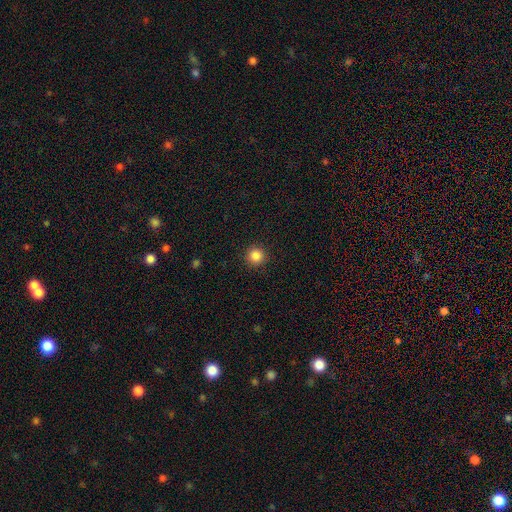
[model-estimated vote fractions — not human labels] A smooth galaxy with no disk features (85%) that is round (96%). Merging: none (92%).